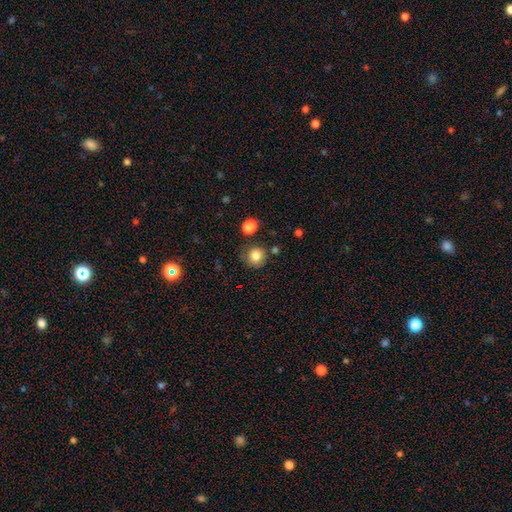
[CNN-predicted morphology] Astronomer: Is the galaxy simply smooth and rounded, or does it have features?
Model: smooth — 83%.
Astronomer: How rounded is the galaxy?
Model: round — 89%.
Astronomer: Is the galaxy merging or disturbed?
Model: none — 76%.